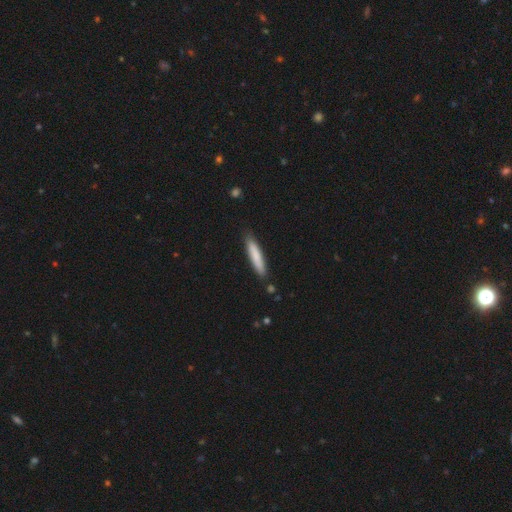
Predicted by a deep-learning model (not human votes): Smooth or featured? Predicted: smooth (p=0.80). How rounded? Predicted: cigar-shaped (p=0.89). Merging? Predicted: none (p=0.85).